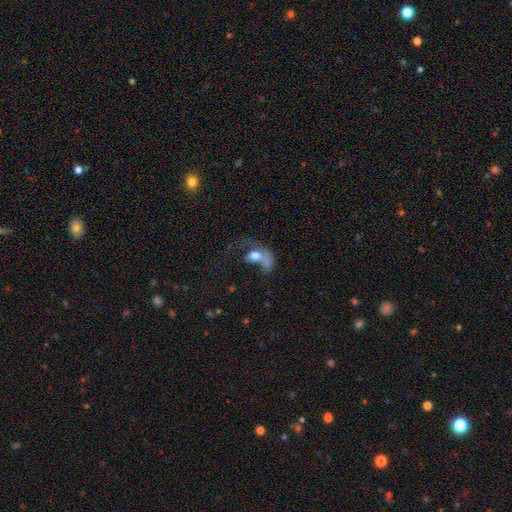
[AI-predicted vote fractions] Overall: smooth (52%; featured or disk 36%). How rounded: in between (80%). Merging: major disturbance (51%; merger 22%).